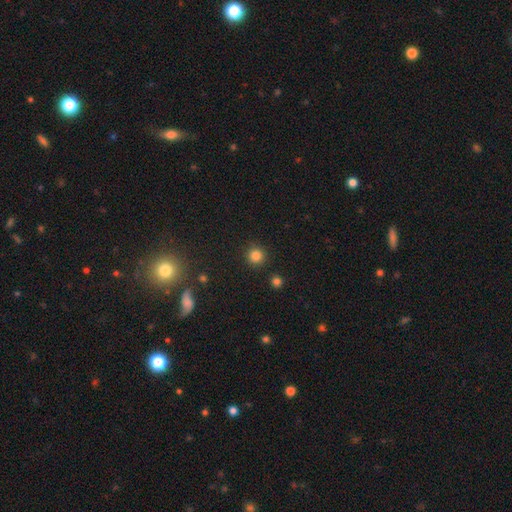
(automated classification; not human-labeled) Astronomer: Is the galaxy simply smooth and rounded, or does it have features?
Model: smooth — 83%.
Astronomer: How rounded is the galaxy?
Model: round — 95%.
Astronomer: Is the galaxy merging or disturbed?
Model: none — 90%.